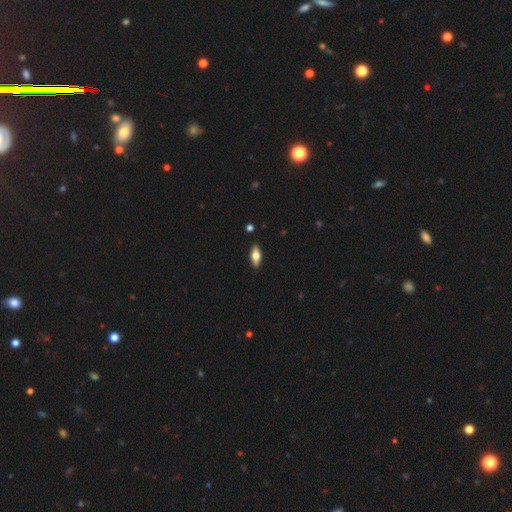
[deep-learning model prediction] Morphology: type=smooth (61%); roundness=in between (79%); merging=none (89%).